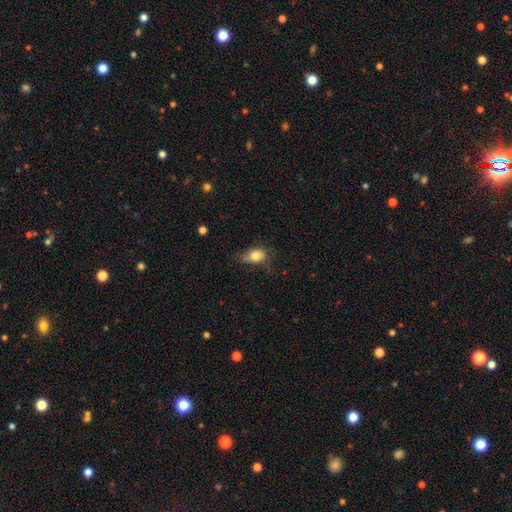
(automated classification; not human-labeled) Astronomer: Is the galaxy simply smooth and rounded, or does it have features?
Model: smooth — 79%.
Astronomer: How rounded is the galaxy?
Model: in between — 78%.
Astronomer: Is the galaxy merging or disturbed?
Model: none — 47% (runner-up: minor disturbance, 33%).